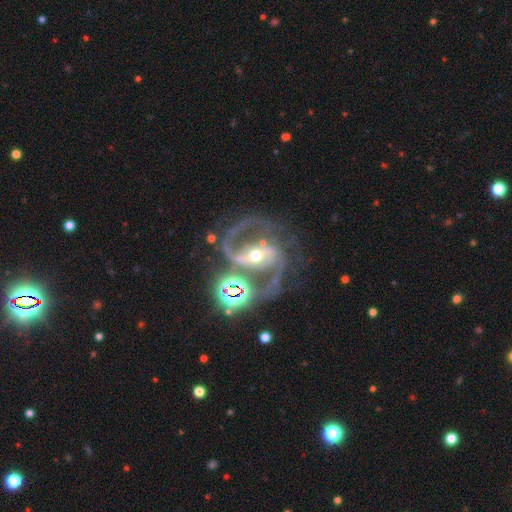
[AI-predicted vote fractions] Smooth or featured? featured or disk (88%)
Edge-on disk? no (98%)
Bar? strong (57%)
Spiral arms? yes (97%)
Spiral winding? medium (62%)
Spiral arm count? 2 (90%)
Bulge size? moderate (63%)
Merging? none (59%)